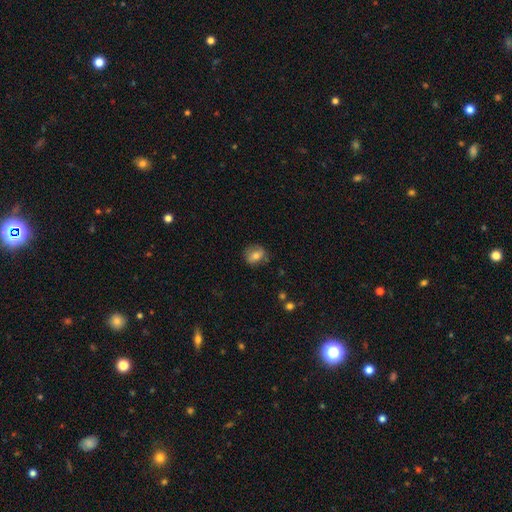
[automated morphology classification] The model was most divided on "how rounded": round: 61%, in between: 38%, cigar-shaped: 1%. More confident: merging — none (77%); smooth or featured — smooth (71%).